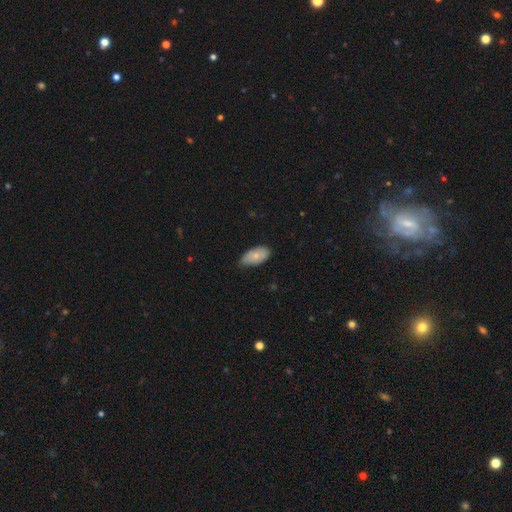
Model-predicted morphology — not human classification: type=smooth (70%); roundness=in between (93%); merging=none (61%).